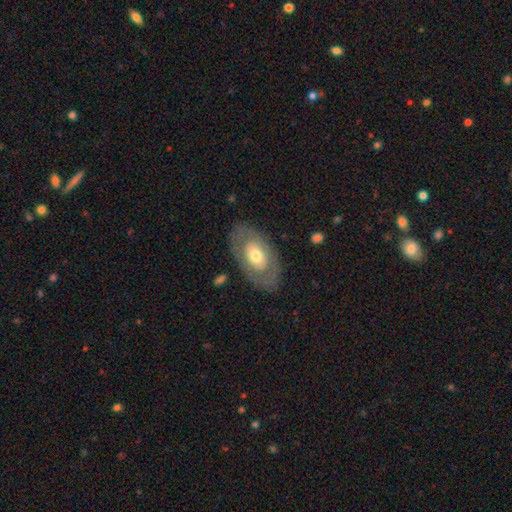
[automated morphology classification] type=featured or disk (50%); edge-on=no (89%); merging=none (81%).